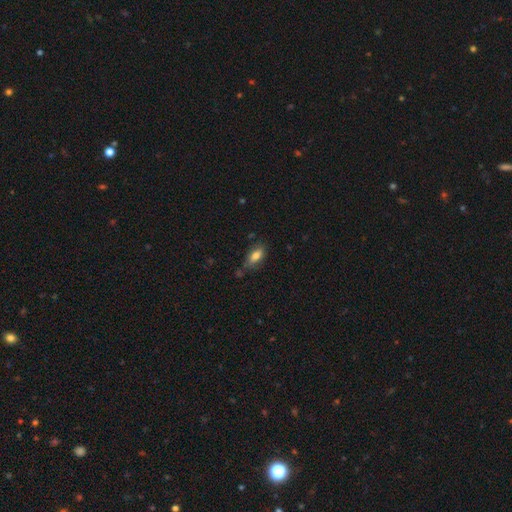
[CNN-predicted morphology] A smooth galaxy with no disk features (79%) that is in between round and cigar-shaped (84%).

Vote fractions:
- Smooth or featured? smooth: 79% / featured or disk: 13% / star or artifact: 8%
- How rounded? in between: 84% / cigar-shaped: 12% / round: 4%
- Merging? none: 64% / minor disturbance: 24% / merger: 6% / major disturbance: 6%